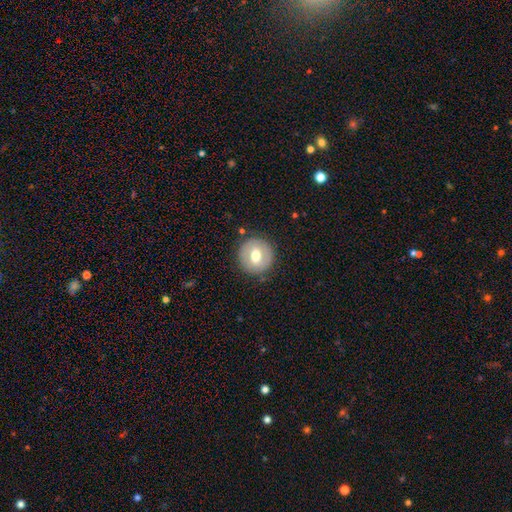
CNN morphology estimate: smooth-or-featured: smooth: 59% | featured or disk: 34% | star or artifact: 7%
  how-rounded: round: 92% | in between: 7% | cigar-shaped: 1%
  merging: none: 86% | minor disturbance: 9% | major disturbance: 3% | merger: 2%